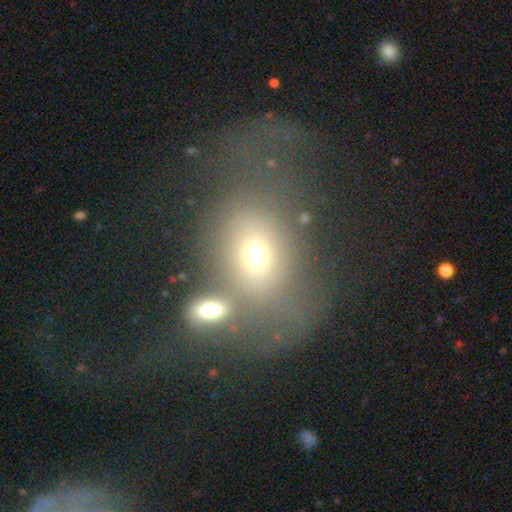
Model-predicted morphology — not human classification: Overall: smooth (68%). How rounded: in between (52%; round 46%). Merging: none (44%; merger 33%).